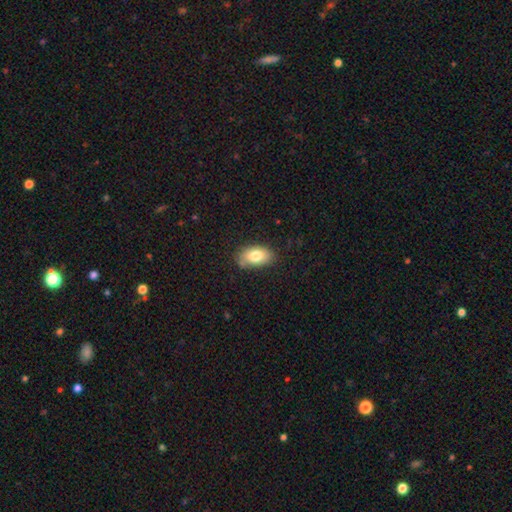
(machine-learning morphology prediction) A smooth galaxy with no disk features (78%) that is in between round and cigar-shaped (92%). Merging: none (71%).